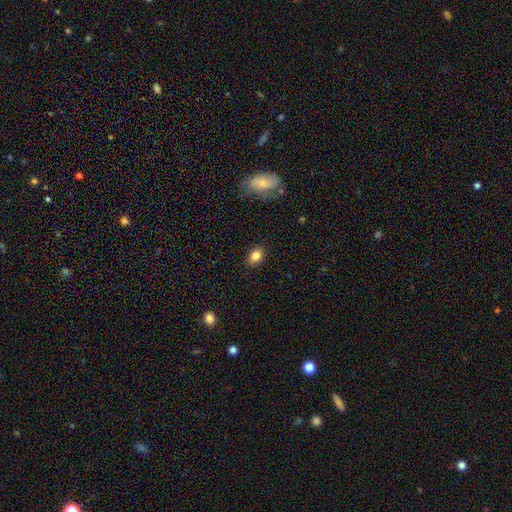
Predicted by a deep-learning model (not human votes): Smooth or featured? smooth (83%)
How rounded? in between (65%)
Merging? none (87%)